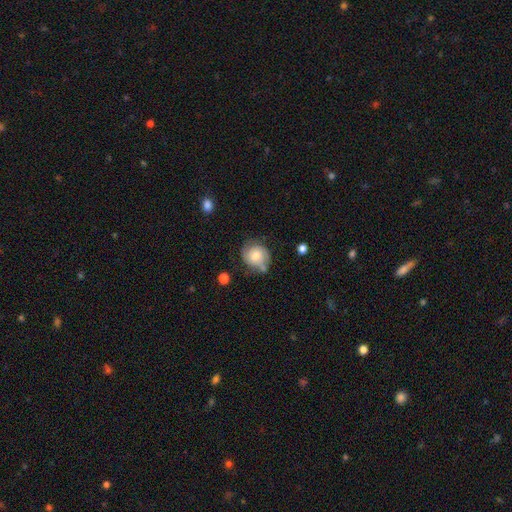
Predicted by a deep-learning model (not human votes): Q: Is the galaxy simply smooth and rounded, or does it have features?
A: smooth — 56%.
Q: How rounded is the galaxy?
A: round — 80%.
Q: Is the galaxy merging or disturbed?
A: none — 58%.